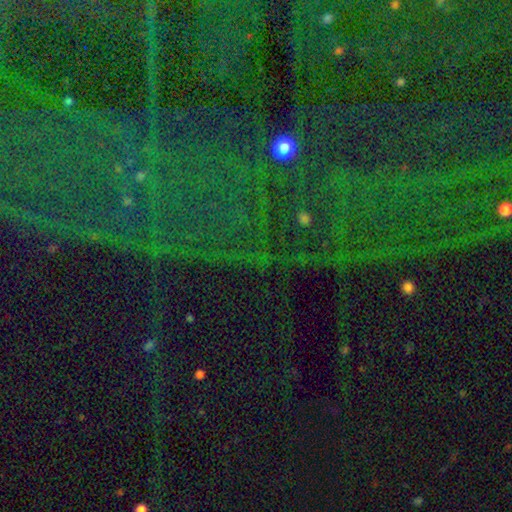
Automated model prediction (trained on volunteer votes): This appears to be a star or artifact, not a galaxy (81%).